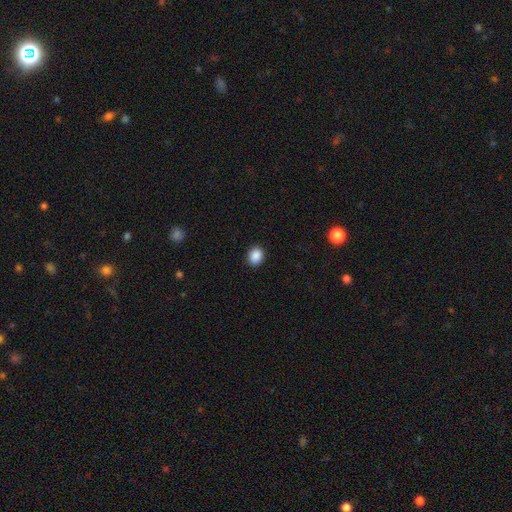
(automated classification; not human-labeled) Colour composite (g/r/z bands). It shows a smooth galaxy with no disk features (89%) that is round (53%). Merging: none (91%).